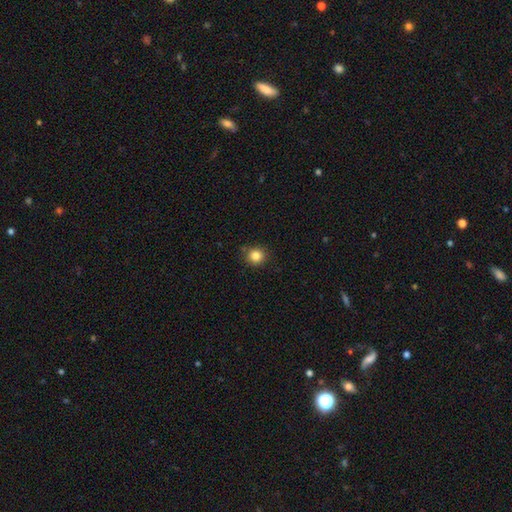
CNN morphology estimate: Smooth or featured: smooth — 84% (star or artifact — 11%)
How rounded: round — 91% (in between — 8%)
Merging: none — 87% (minor disturbance — 9%)